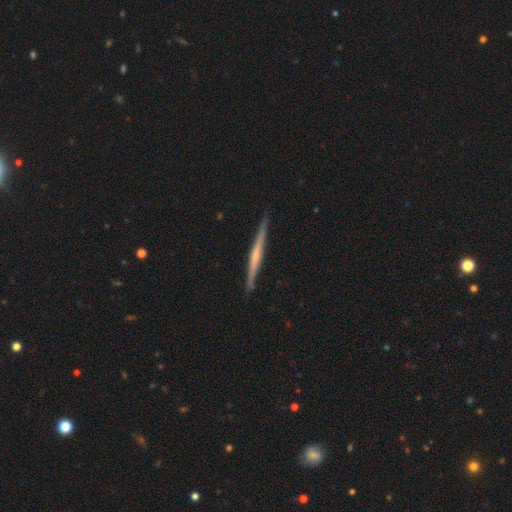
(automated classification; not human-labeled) A featured or disk galaxy (67%) viewed edge-on (98%) with no central bulge (54%).

Vote fractions:
- Smooth or featured? featured or disk: 67% / smooth: 28% / star or artifact: 5%
- Edge-on disk? yes: 98% / no: 2%
- Edge-on bulge? none: 54% / rounded: 36% / boxy: 10%
- Merging? none: 90% / minor disturbance: 7% / major disturbance: 1% / merger: 1%